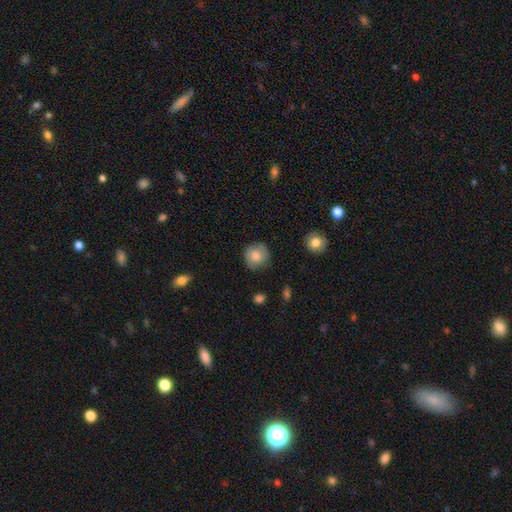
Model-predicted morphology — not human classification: This is likely a smooth galaxy (77%). How rounded: clearly round (90%). Merging: clearly none (81%).